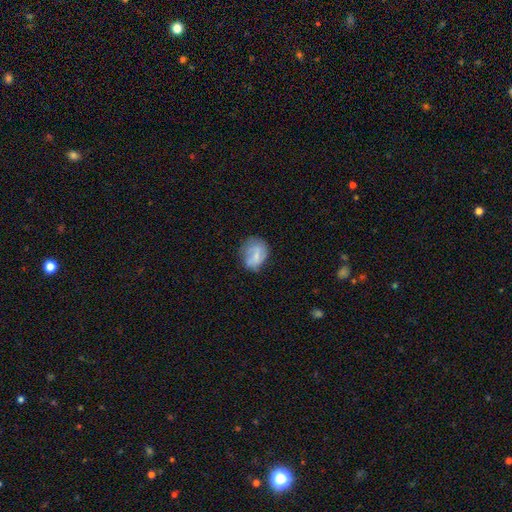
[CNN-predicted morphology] This appears to be a smooth galaxy with no disk features (64%) that is in between round and cigar-shaped (55%). Merging: none (52%).